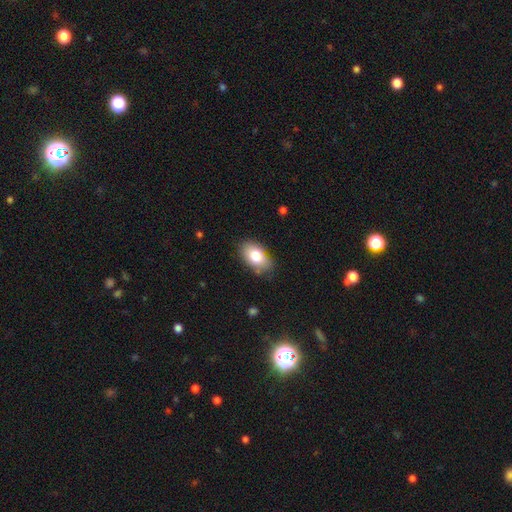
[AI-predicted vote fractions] A smooth galaxy with no disk features (78%) that is in between round and cigar-shaped (90%). Merging: none (79%).